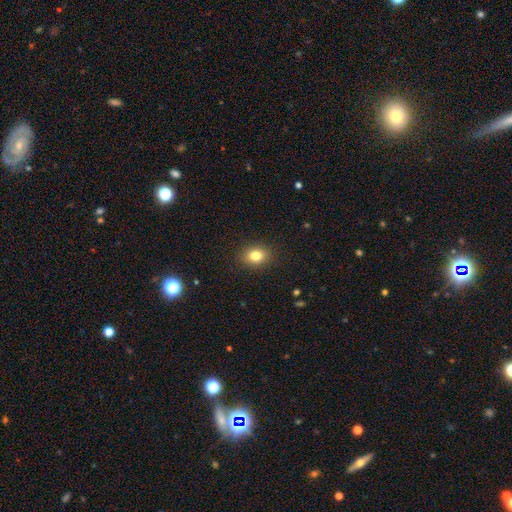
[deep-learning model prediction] smooth_or_featured: smooth (p=0.82) [alt: star or artifact p=0.11]
how_rounded: in between (p=0.53) [alt: round p=0.46]
merging: none (p=0.89) [alt: minor disturbance p=0.08]